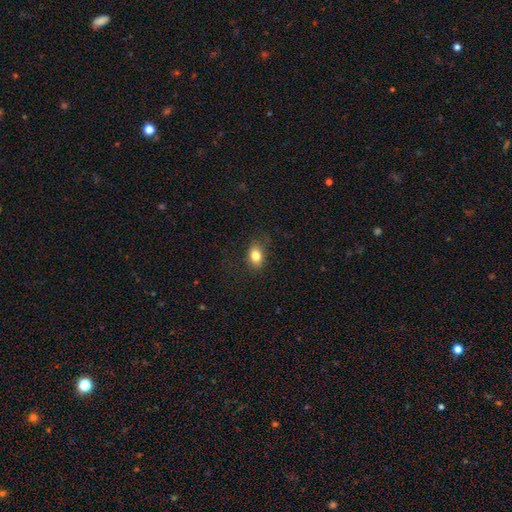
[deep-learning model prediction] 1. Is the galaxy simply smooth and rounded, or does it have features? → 81% smooth, 10% star or artifact, 9% featured or disk.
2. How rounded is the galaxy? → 74% in between, 25% round, 2% cigar-shaped.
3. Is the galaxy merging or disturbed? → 80% none, 14% minor disturbance, 5% major disturbance, 1% merger.